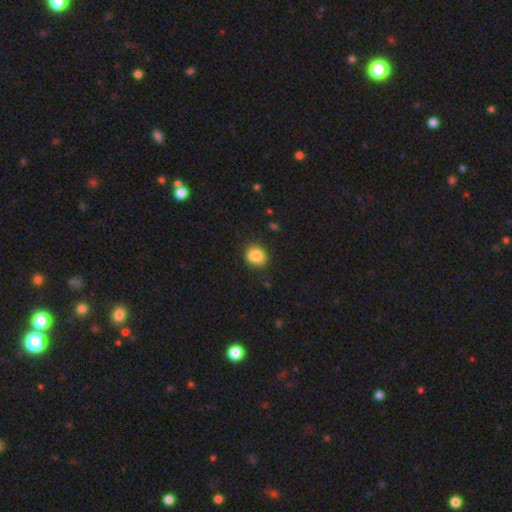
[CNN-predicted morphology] This is clearly a smooth galaxy (81%). How rounded: possibly round (55%). Merging: likely none (68%).